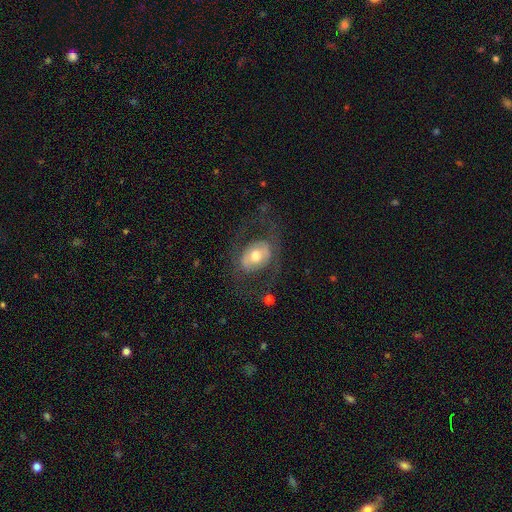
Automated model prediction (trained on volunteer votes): smooth-or-featured: featured or disk: 52% | smooth: 41% | star or artifact: 7%
  disk-edge-on: no: 94% | yes: 6%
  merging: none: 66% | major disturbance: 18% | minor disturbance: 15% | merger: 2%